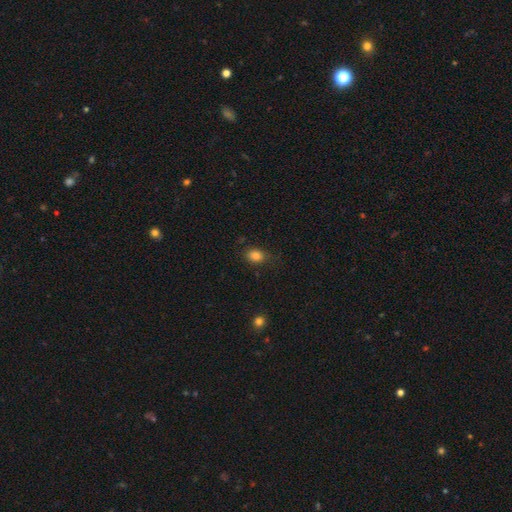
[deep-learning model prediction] Smooth or featured?
  - smooth: 83% *
  - star or artifact: 11%
  - featured or disk: 6%
How rounded?
  - in between: 65% *
  - round: 34%
  - cigar-shaped: 1%
Merging?
  - none: 77% *
  - minor disturbance: 17%
  - major disturbance: 4%
  - merger: 1%